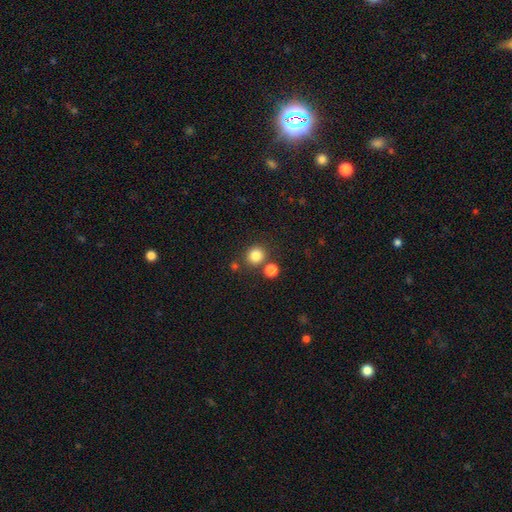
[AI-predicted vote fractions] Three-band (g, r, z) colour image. It shows a smooth galaxy with no disk features (82%) that is round (88%). Merging: none (76%).